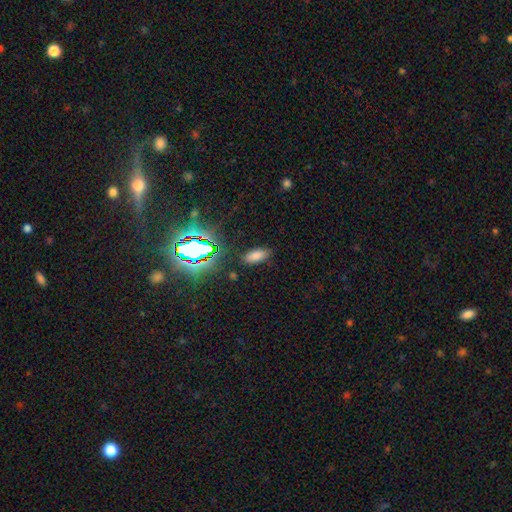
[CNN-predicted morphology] Overall: smooth (73%). How rounded: in between (84%). Merging: none (85%).